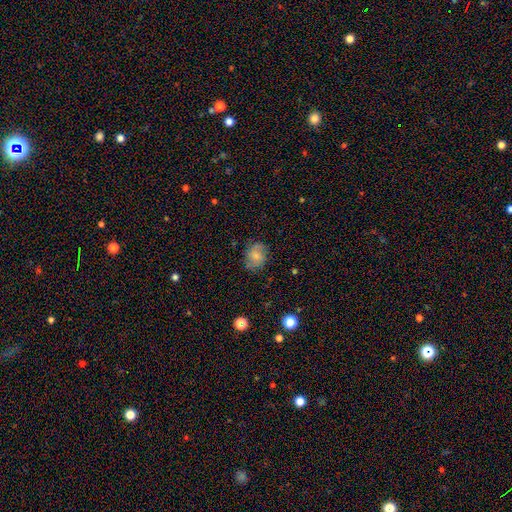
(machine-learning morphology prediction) Smooth or featured? smooth (64%)
How rounded? round (51%)
Merging? none (72%)